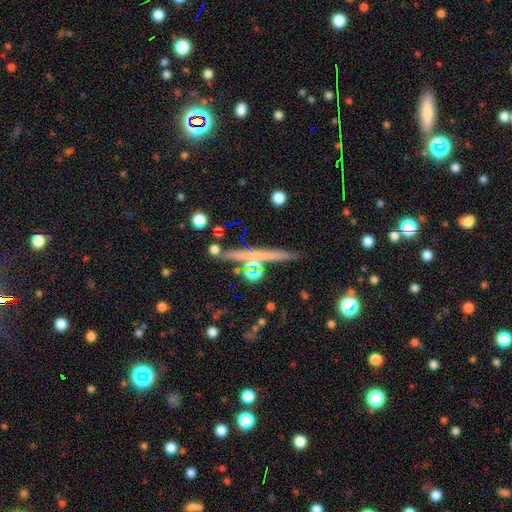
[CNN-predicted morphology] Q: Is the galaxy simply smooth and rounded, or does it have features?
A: featured or disk — 55%.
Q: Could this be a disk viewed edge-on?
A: yes — 95%.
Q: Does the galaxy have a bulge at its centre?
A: none — 75%.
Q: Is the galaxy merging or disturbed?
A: none — 82%.